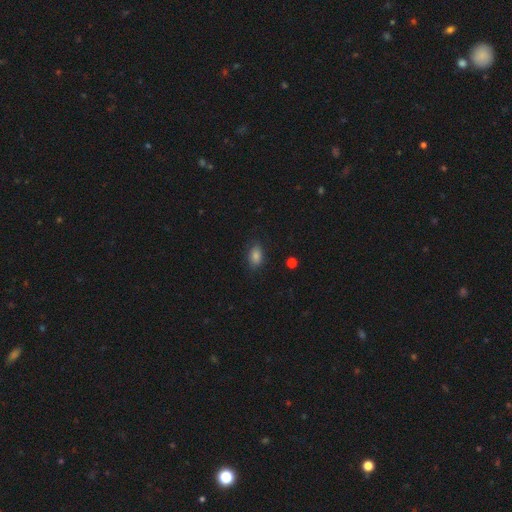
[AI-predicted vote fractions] Q: Smooth or featured?
A: smooth (82%); runner-up: star or artifact (12%)
Q: How rounded?
A: in between (84%); runner-up: round (14%)
Q: Merging?
A: none (82%); runner-up: minor disturbance (13%)